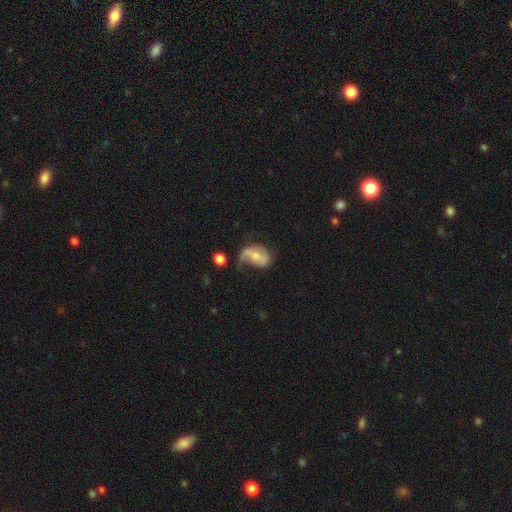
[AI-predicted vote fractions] Q: Smooth or featured?
A: featured or disk (61%); runner-up: smooth (32%)
Q: Edge-on disk?
A: no (96%); runner-up: yes (4%)
Q: Bar?
A: no (48%); runner-up: weak (37%)
Q: Spiral arms?
A: yes (79%); runner-up: no (21%)
Q: Bulge size?
A: moderate (53%); runner-up: small (37%)
Q: Merging?
A: none (34%); runner-up: major disturbance (31%)